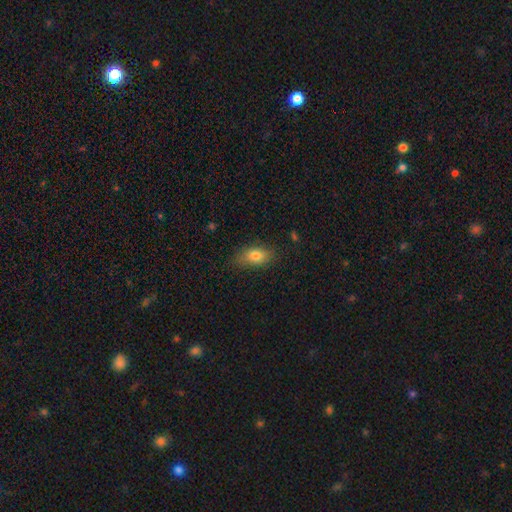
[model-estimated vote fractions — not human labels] smooth-or-featured: smooth: 79% | featured or disk: 12% | star or artifact: 9%
  how-rounded: in between: 85% | round: 9% | cigar-shaped: 7%
  merging: none: 77% | minor disturbance: 17% | major disturbance: 4% | merger: 1%